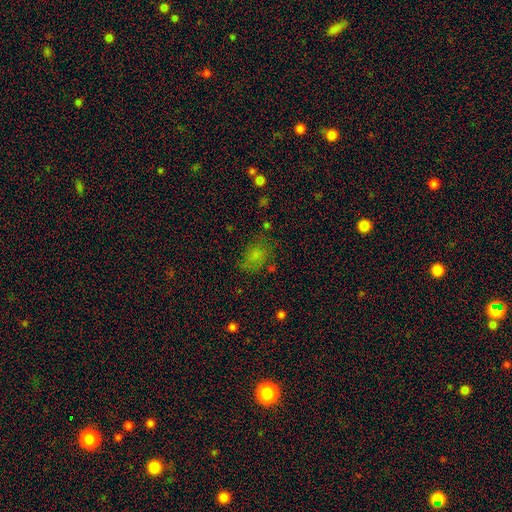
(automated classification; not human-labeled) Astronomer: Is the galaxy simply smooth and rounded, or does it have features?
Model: smooth — 69%.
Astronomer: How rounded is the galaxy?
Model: in between — 64%.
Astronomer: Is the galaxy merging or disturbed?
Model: none — 61%.